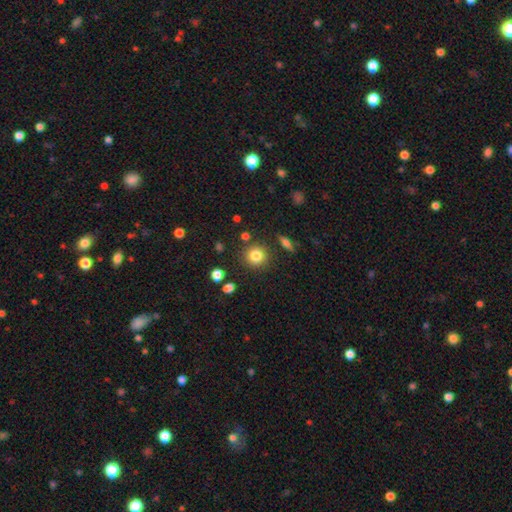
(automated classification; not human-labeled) A smooth galaxy with no disk features (82%) that is round (91%).

Vote fractions:
- Smooth or featured? smooth: 82% / star or artifact: 11% / featured or disk: 7%
- How rounded? round: 91% / in between: 8% / cigar-shaped: 1%
- Merging? none: 85% / minor disturbance: 8% / merger: 4% / major disturbance: 3%